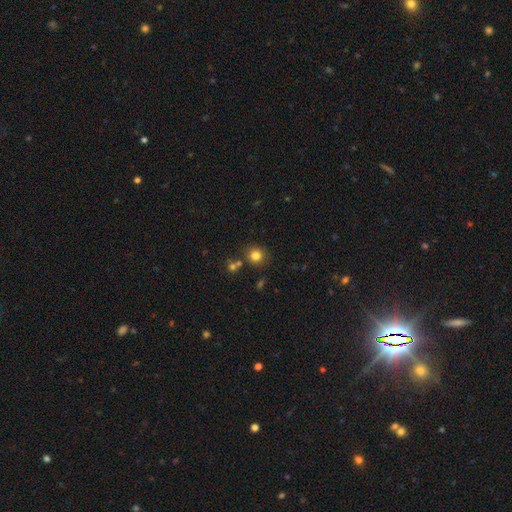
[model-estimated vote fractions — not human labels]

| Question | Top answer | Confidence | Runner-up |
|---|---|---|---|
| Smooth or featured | smooth | 80% | star or artifact (13%) |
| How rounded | round | 86% | in between (13%) |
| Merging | none | 79% | minor disturbance (9%) |